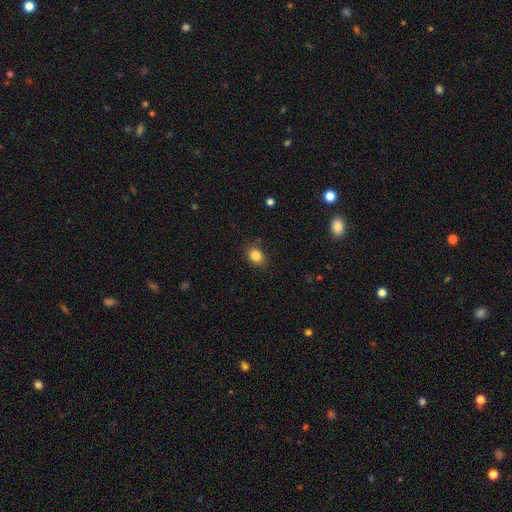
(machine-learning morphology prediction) This is clearly a smooth galaxy (84%). How rounded: possibly in between (57%). Merging: clearly none (85%).